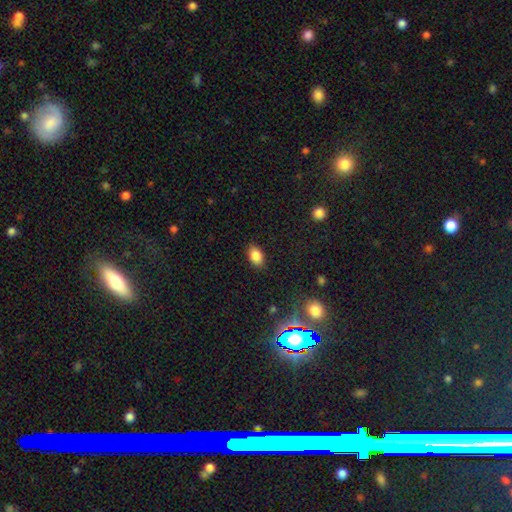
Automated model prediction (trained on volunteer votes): Smooth or featured? smooth (85%)
How rounded? in between (85%)
Merging? none (86%)